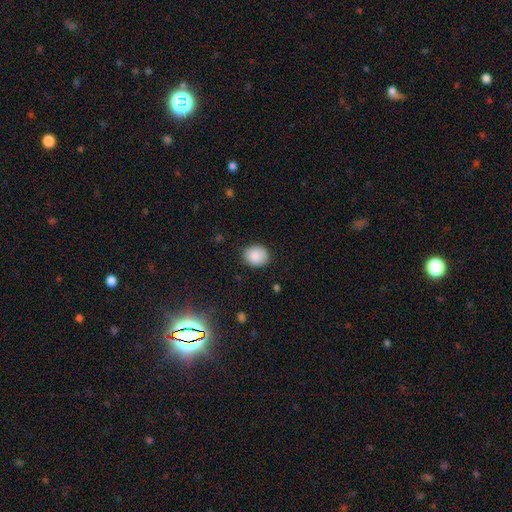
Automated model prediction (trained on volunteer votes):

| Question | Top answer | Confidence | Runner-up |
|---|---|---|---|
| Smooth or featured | smooth | 88% | star or artifact (8%) |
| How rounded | round | 68% | in between (31%) |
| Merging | none | 86% | minor disturbance (11%) |